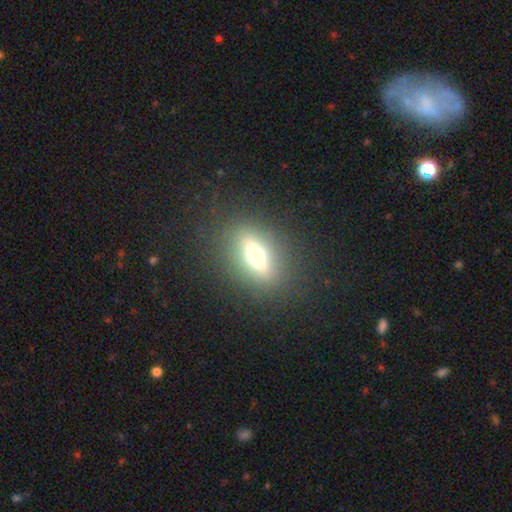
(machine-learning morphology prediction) Smooth or featured? smooth (46%)
Merging? none (84%)